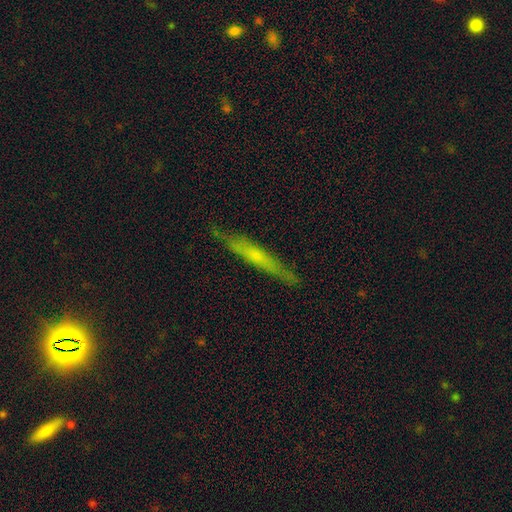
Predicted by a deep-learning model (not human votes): A featured or disk galaxy (54%) viewed edge-on (93%) with no central bulge (50%). Merging: none (85%).